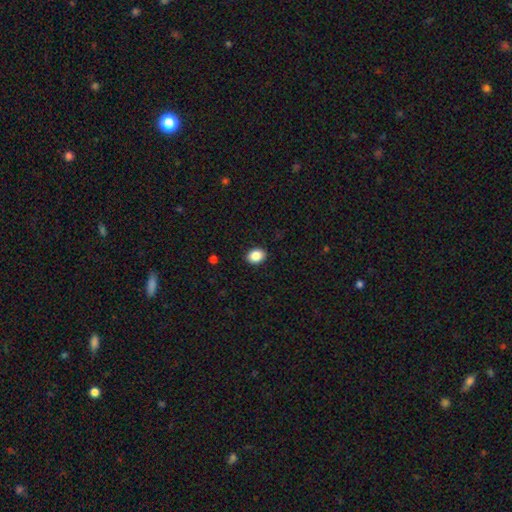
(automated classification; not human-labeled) smooth 87%, star or artifact 9%, featured or disk 4%. Down the decision tree: how rounded — in between (63%); merging — none (90%).